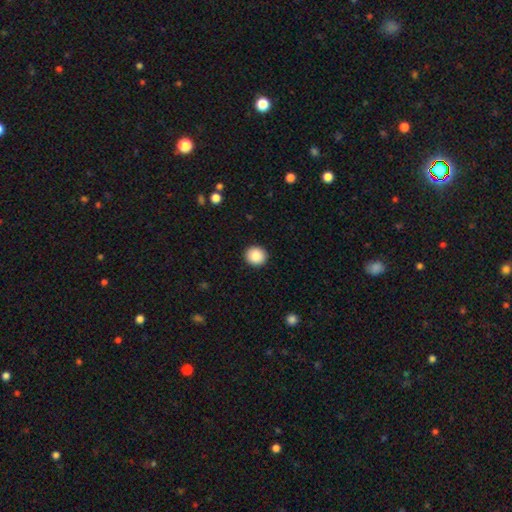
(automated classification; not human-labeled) Smooth or featured? smooth (87%)
How rounded? round (87%)
Merging? none (92%)